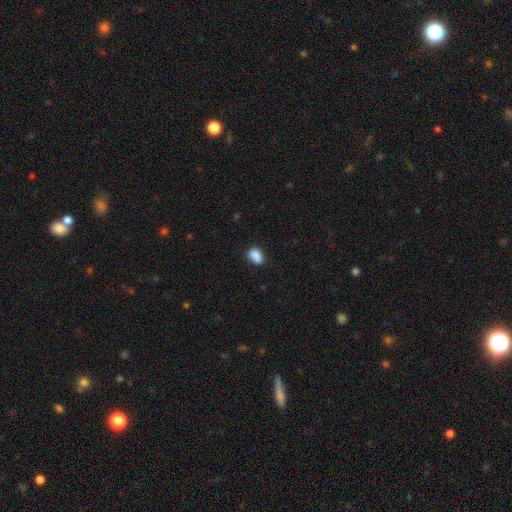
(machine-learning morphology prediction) Smooth or featured?
  - smooth: 87% *
  - star or artifact: 9%
  - featured or disk: 4%
How rounded?
  - in between: 80% *
  - round: 19%
  - cigar-shaped: 2%
Merging?
  - none: 73% *
  - minor disturbance: 20%
  - major disturbance: 4%
  - merger: 3%